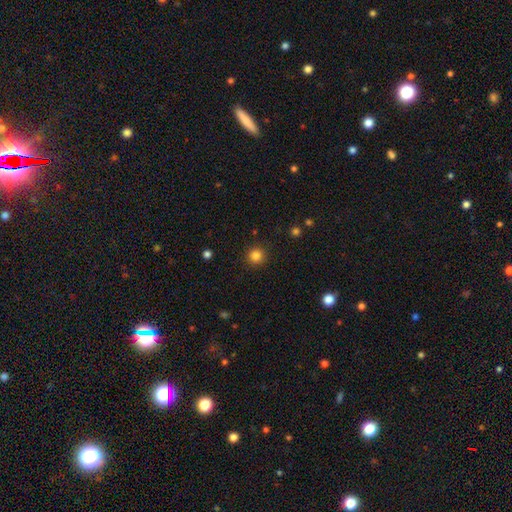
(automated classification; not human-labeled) Smooth or featured: smooth — 83% (star or artifact — 12%)
How rounded: round — 94% (in between — 5%)
Merging: none — 91% (minor disturbance — 5%)